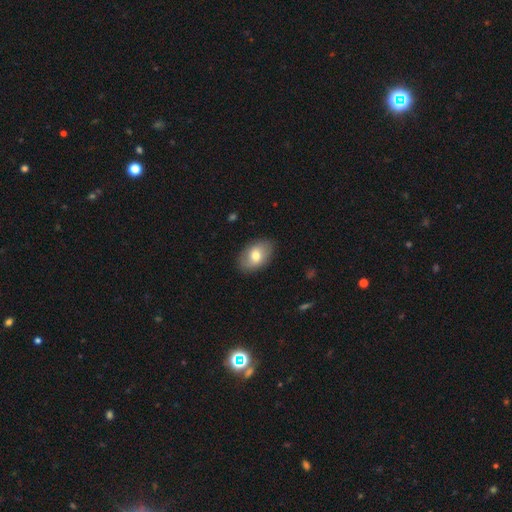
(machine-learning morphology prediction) A smooth galaxy with no disk features (71%) that is in between round and cigar-shaped (88%).

Vote fractions:
- Smooth or featured? smooth: 71% / featured or disk: 22% / star or artifact: 7%
- How rounded? in between: 88% / round: 11% / cigar-shaped: 1%
- Merging? none: 86% / minor disturbance: 11% / major disturbance: 2% / merger: 1%